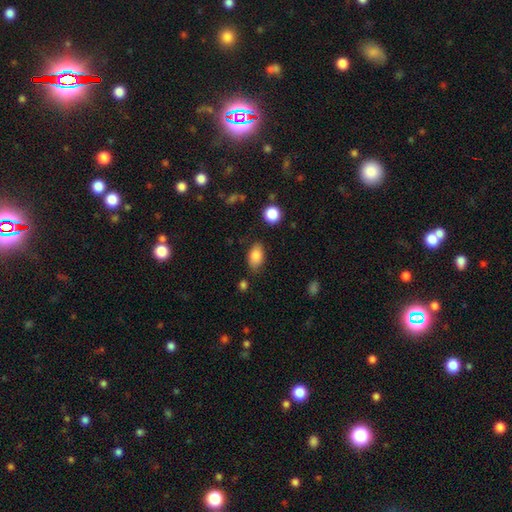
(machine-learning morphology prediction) type=smooth (85%); roundness=in between (89%); merging=none (79%).